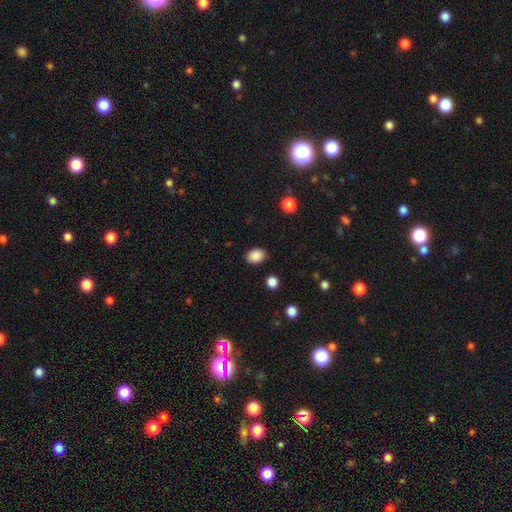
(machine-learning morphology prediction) Q: Smooth or featured?
A: smooth (88%); runner-up: star or artifact (8%)
Q: How rounded?
A: in between (67%); runner-up: round (32%)
Q: Merging?
A: none (87%); runner-up: minor disturbance (9%)